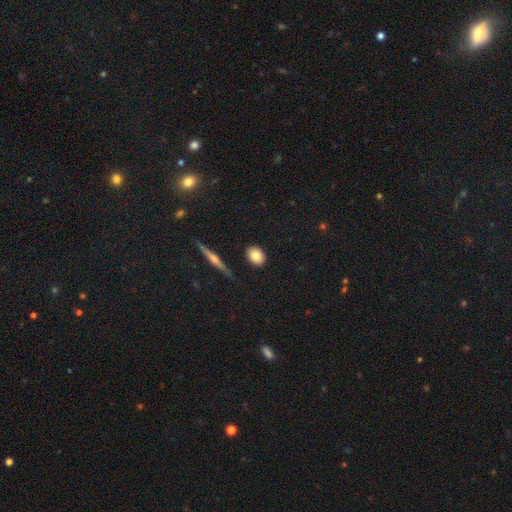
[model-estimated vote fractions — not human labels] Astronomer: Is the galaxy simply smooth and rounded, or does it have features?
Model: smooth — 81%.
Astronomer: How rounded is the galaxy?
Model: in between — 56% (runner-up: round, 41%).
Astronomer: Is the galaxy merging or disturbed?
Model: none — 88%.